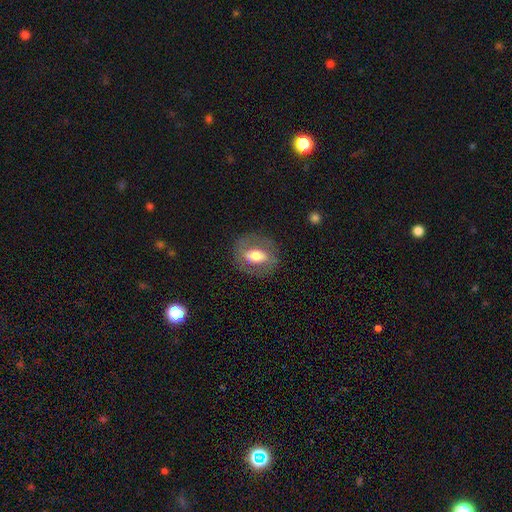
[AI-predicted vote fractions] Smooth or featured: featured or disk — 47% (smooth — 46%)
Merging: none — 80% (minor disturbance — 12%)